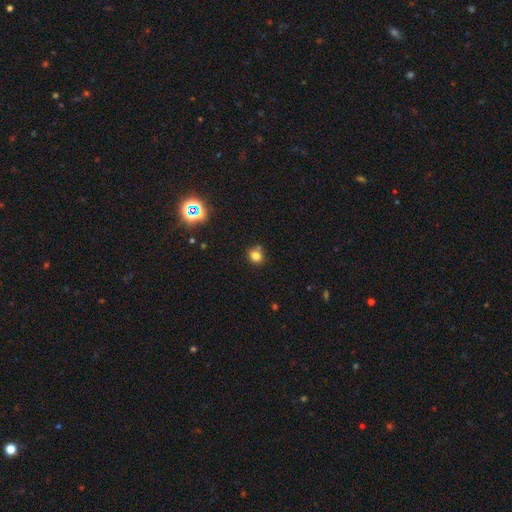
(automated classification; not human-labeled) Smooth or featured: smooth — 79% (star or artifact — 14%)
How rounded: round — 86% (in between — 13%)
Merging: none — 73% (minor disturbance — 15%)